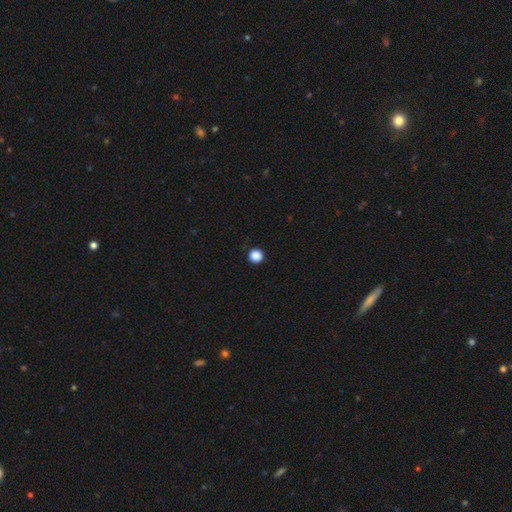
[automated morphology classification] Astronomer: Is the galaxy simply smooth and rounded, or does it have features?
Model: smooth — 88%.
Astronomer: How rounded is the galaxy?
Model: round — 95%.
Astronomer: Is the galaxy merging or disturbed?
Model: none — 93%.